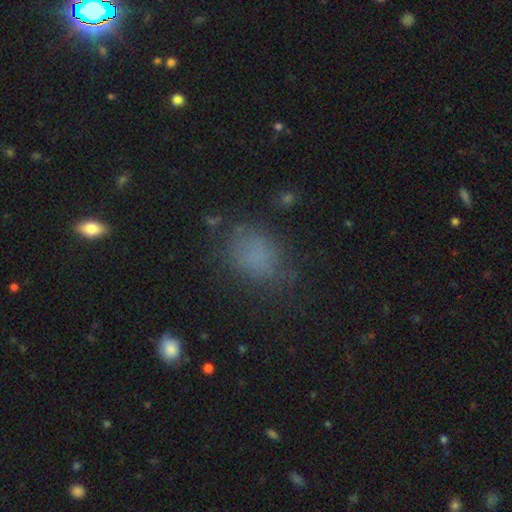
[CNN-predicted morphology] A smooth galaxy with no disk features (73%) that is in between round and cigar-shaped (67%).

Vote fractions:
- Smooth or featured? smooth: 73% / star or artifact: 17% / featured or disk: 10%
- How rounded? in between: 67% / round: 32% / cigar-shaped: 2%
- Merging? none: 67% / minor disturbance: 20% / major disturbance: 10% / merger: 2%